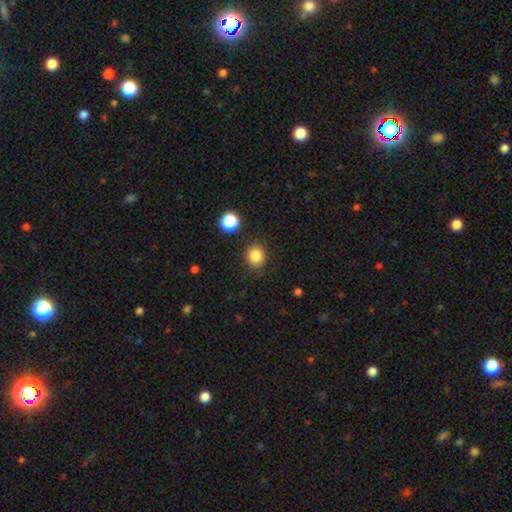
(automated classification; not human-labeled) Smooth or featured? smooth (84%)
How rounded? round (77%)
Merging? none (86%)